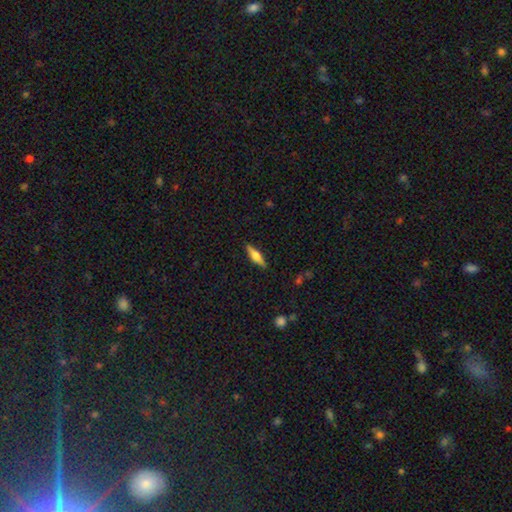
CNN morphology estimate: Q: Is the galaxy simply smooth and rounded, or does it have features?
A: featured or disk — 51%.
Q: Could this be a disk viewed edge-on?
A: yes — 95%.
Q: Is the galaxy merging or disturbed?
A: none — 89%.